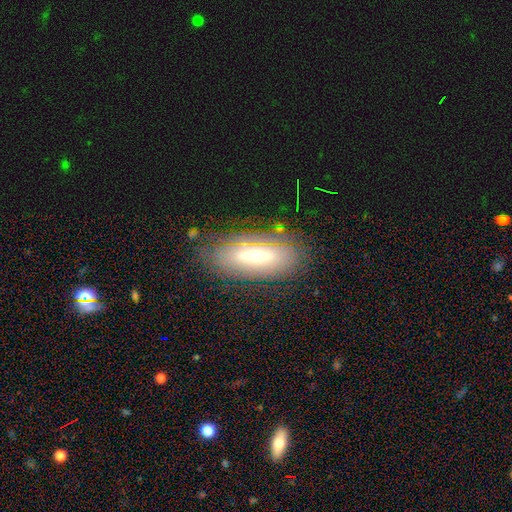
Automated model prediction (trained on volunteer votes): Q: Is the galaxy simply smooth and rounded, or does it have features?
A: featured or disk — 53%.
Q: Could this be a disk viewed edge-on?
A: no — 73%.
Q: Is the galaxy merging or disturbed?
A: none — 78%.